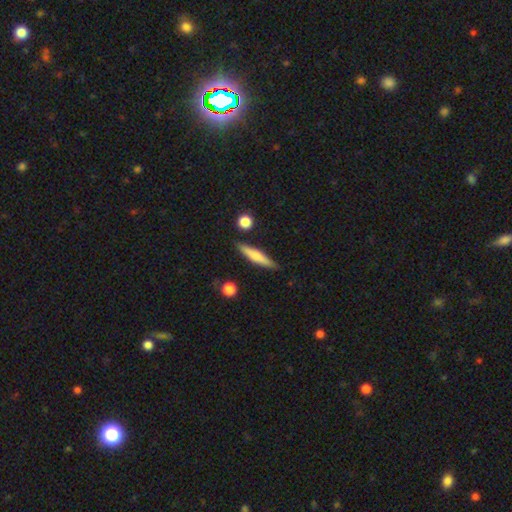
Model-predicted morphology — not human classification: This is possibly a smooth galaxy (54%). How rounded: clearly cigar-shaped (87%). Merging: clearly none (87%).